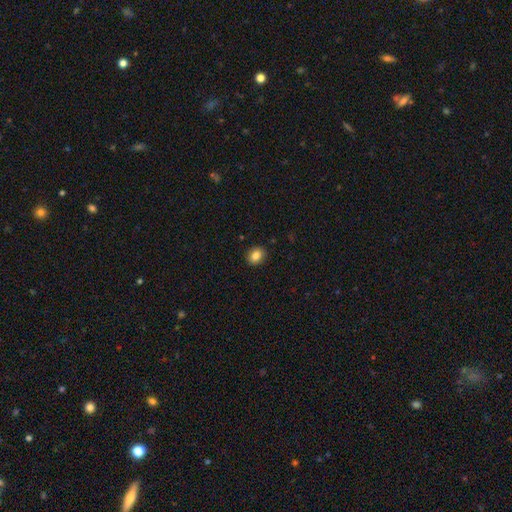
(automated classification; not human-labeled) smooth-or-featured: smooth: 85% | star or artifact: 9% | featured or disk: 6%
  how-rounded: round: 58% | in between: 41% | cigar-shaped: 1%
  merging: none: 90% | minor disturbance: 7% | major disturbance: 2% | merger: 1%